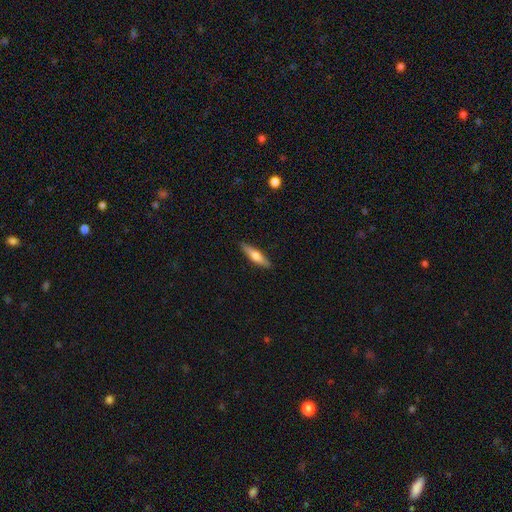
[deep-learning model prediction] A smooth galaxy with no disk features (59%) that is cigar-shaped (74%). Merging: none (88%).